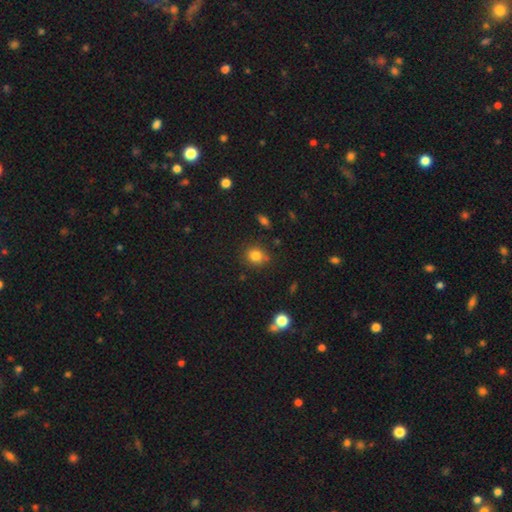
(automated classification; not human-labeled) Smooth or featured: smooth — 82% (star or artifact — 12%)
How rounded: round — 74% (in between — 25%)
Merging: none — 79% (minor disturbance — 14%)